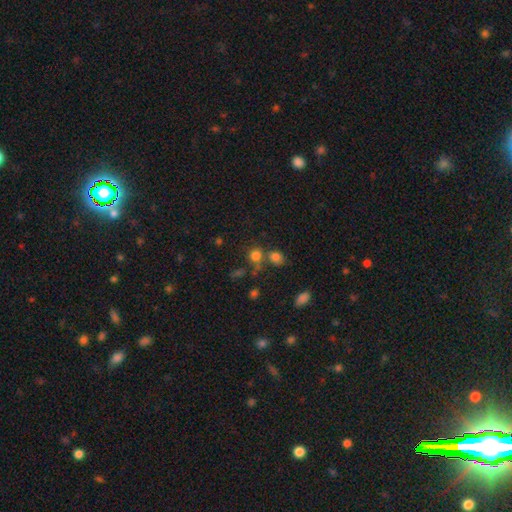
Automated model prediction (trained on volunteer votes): Smooth or featured?
  - smooth: 76% *
  - star or artifact: 16%
  - featured or disk: 7%
How rounded?
  - round: 82% *
  - in between: 17%
  - cigar-shaped: 1%
Merging?
  - none: 57% *
  - merger: 28%
  - minor disturbance: 10%
  - major disturbance: 5%